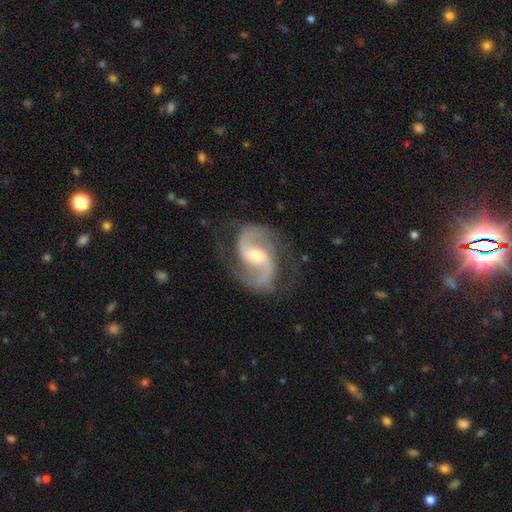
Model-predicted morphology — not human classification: This is clearly a featured or disk galaxy (93%). It is clearly not viewed edge-on (98%). Bar: possibly weak (46%). Spiral arm pattern: clearly yes (98%). Spiral arm count: clearly 2 (93%). Spiral winding: likely medium (61%). Central bulge: possibly moderate (52%). Merging: likely none (78%).